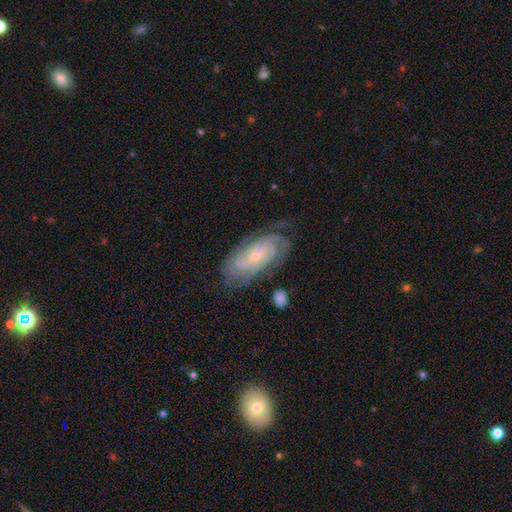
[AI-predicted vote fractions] Smooth or featured: featured or disk — 78% (smooth — 15%)
Edge-on disk: no — 93% (yes — 7%)
Bar: no — 72% (weak — 22%)
Spiral arms: yes — 94% (no — 6%)
Spiral winding: tight — 68% (medium — 25%)
Spiral arm count: can't tell — 40% (2 — 19%)
Bulge size: small — 75% (moderate — 20%)
Merging: none — 73% (minor disturbance — 18%)